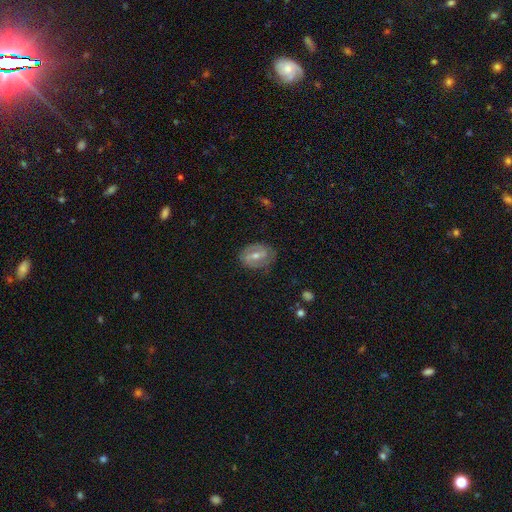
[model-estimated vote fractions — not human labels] Q: Smooth or featured?
A: featured or disk (67%); runner-up: smooth (23%)
Q: Edge-on disk?
A: no (94%); runner-up: yes (6%)
Q: Bar?
A: weak (44%); runner-up: strong (34%)
Q: Spiral arms?
A: yes (73%); runner-up: no (27%)
Q: Bulge size?
A: moderate (54%); runner-up: small (41%)
Q: Merging?
A: none (80%); runner-up: minor disturbance (14%)